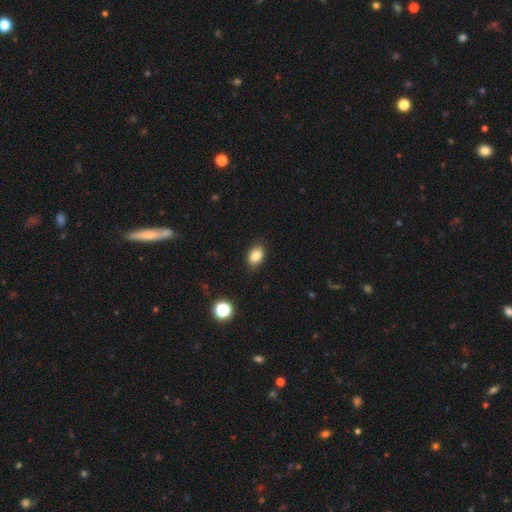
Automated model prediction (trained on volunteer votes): Overall: smooth (84%). How rounded: in between (77%). Merging: none (85%).